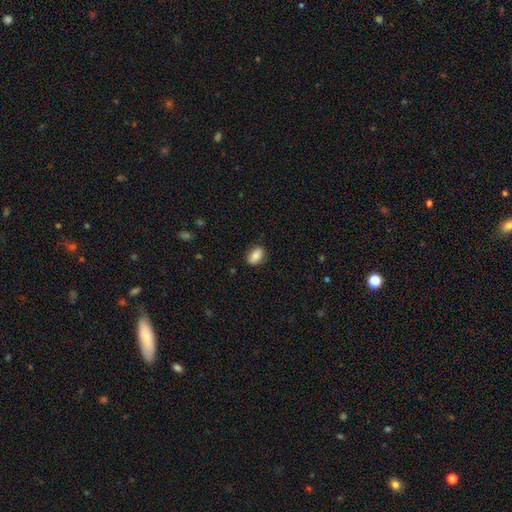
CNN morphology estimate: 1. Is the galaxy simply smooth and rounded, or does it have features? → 84% smooth, 8% featured or disk, 8% star or artifact.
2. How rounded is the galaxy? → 87% in between, 10% round, 3% cigar-shaped.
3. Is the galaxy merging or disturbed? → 85% none, 12% minor disturbance, 2% major disturbance, 1% merger.